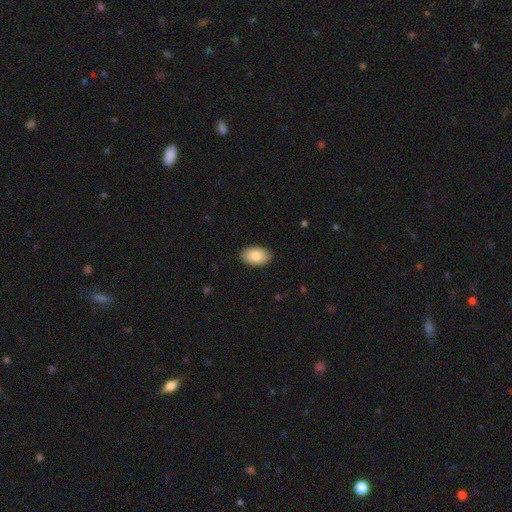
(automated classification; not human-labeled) The model was most divided on "smooth or featured": smooth: 87%, featured or disk: 7%, star or artifact: 6%. More confident: how rounded — in between (93%); merging — none (89%).